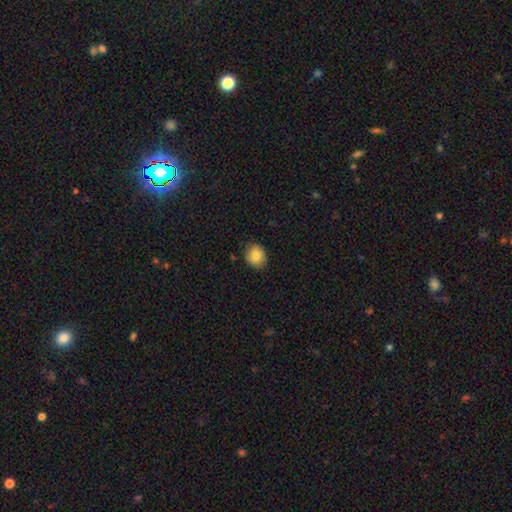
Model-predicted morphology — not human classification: A smooth galaxy with no disk features (85%) that is round (64%).

Vote fractions:
- Smooth or featured? smooth: 85% / star or artifact: 8% / featured or disk: 7%
- How rounded? round: 64% / in between: 35% / cigar-shaped: 1%
- Merging? none: 85% / minor disturbance: 12% / major disturbance: 2% / merger: 1%